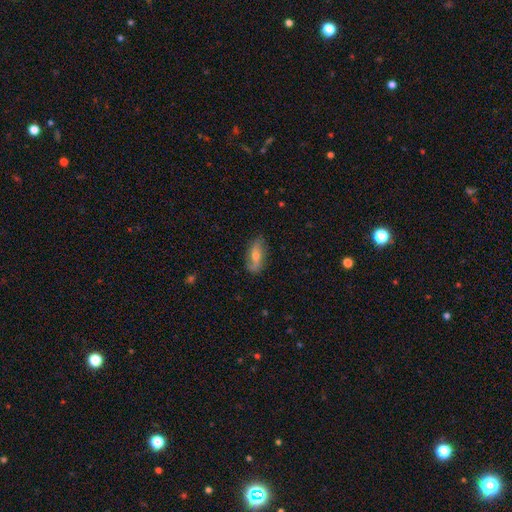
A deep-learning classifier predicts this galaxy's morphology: Overall: featured or disk (53%; smooth 39%). Edge-on disk: no (79%). Merging: none (78%).